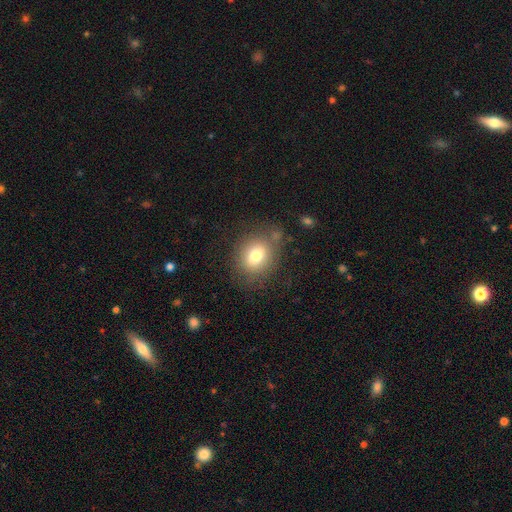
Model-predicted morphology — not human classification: Smooth or featured?
  - smooth: 74% *
  - featured or disk: 15%
  - star or artifact: 11%
How rounded?
  - round: 54% *
  - in between: 45%
  - cigar-shaped: 1%
Merging?
  - none: 74% *
  - minor disturbance: 15%
  - major disturbance: 6%
  - merger: 5%